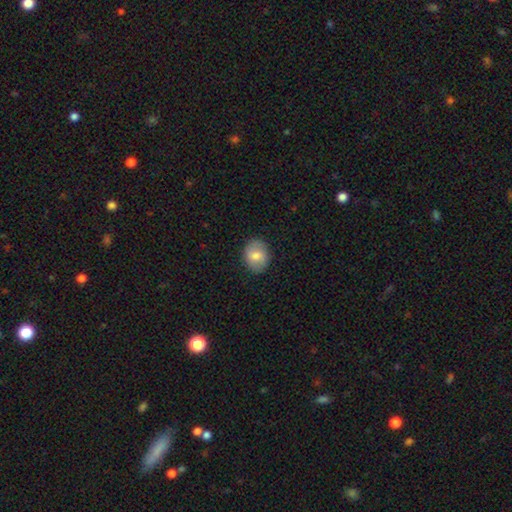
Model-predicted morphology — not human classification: This is likely a smooth galaxy (70%). How rounded: possibly round (52%). Merging: clearly none (86%).